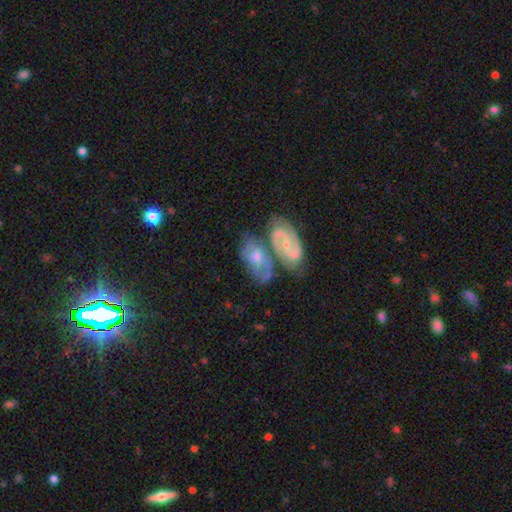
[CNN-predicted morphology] This is likely a featured or disk galaxy (71%). It is clearly not viewed edge-on (94%). Bar: possibly no (59%). Spiral arm pattern: clearly yes (86%). Spiral arm count: likely 2 (74%). Spiral winding: possibly medium (50%). Central bulge: possibly small (55%). Merging: marginally merger (43%).